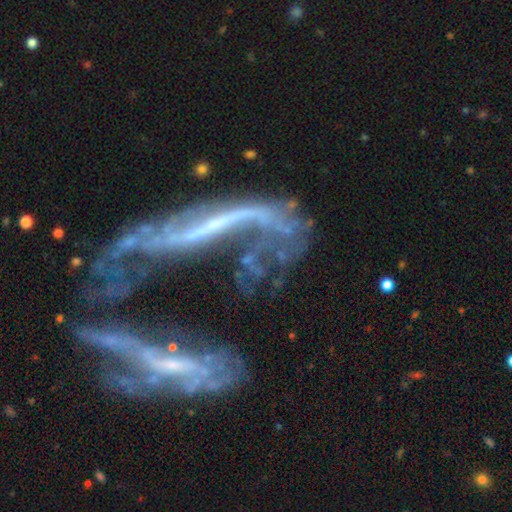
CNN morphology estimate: smooth_or_featured: featured or disk (p=0.74) [alt: smooth p=0.13]
disk_edge_on: no (p=0.77) [alt: yes p=0.23]
bar: no (p=0.42) [alt: strong p=0.32]
has_spiral_arms: yes (p=0.60) [alt: no p=0.40]
bulge_size: none (p=0.46) [alt: small p=0.35]
merging: merger (p=0.51) [alt: major disturbance p=0.25]